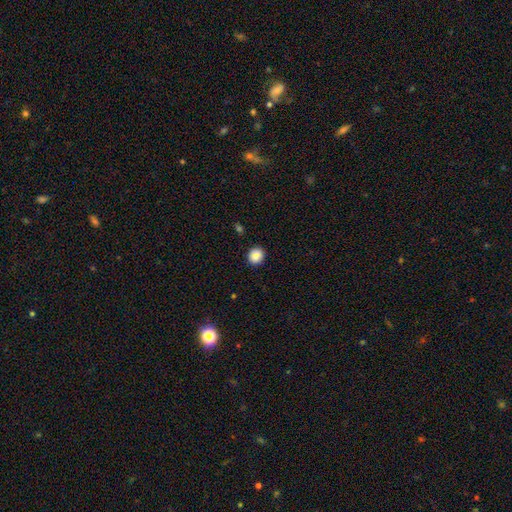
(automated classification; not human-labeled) Morphology: type=smooth (87%); roundness=round (87%); merging=none (90%).